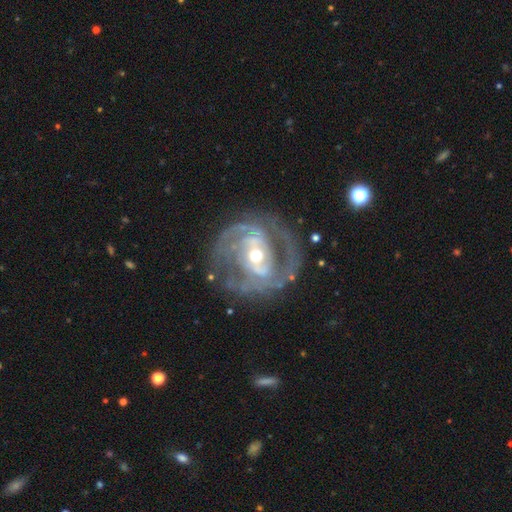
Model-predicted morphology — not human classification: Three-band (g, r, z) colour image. It shows a featured or disk galaxy (89%) with a weak bar (37%), 2 (60%) tight (46%) spiral arms (94%) and a moderate central bulge (61%). Merging: none (70%).